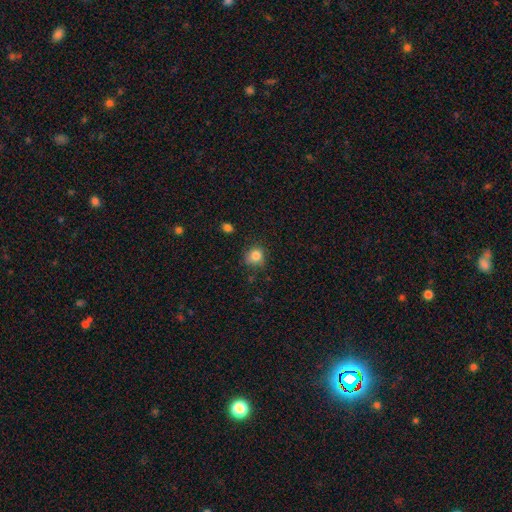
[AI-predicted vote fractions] smooth_or_featured: smooth (p=0.83) [alt: star or artifact p=0.11]
how_rounded: round (p=0.84) [alt: in between p=0.15]
merging: none (p=0.74) [alt: minor disturbance p=0.19]